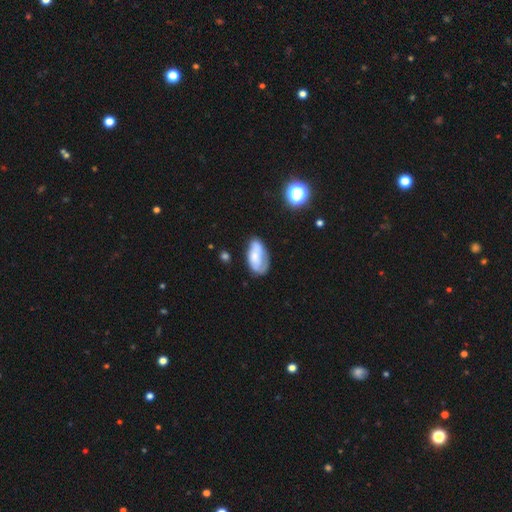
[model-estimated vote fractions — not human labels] A smooth galaxy with no disk features (60%) that is in between round and cigar-shaped (91%).

Vote fractions:
- Smooth or featured? smooth: 60% / featured or disk: 33% / star or artifact: 8%
- How rounded? in between: 91% / cigar-shaped: 5% / round: 4%
- Merging? none: 51% / minor disturbance: 31% / major disturbance: 13% / merger: 4%